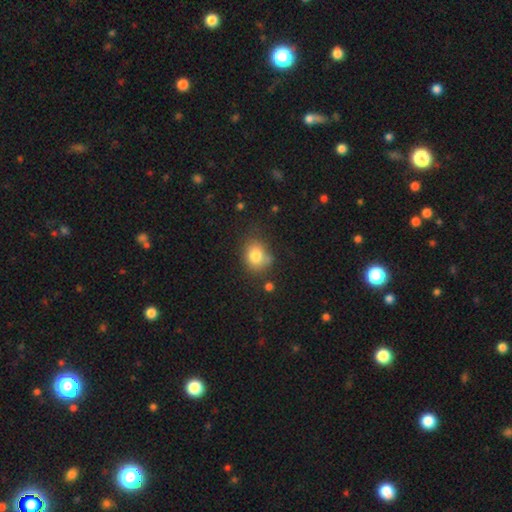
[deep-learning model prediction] This is likely a smooth galaxy (80%). How rounded: possibly round (59%). Merging: likely none (64%).